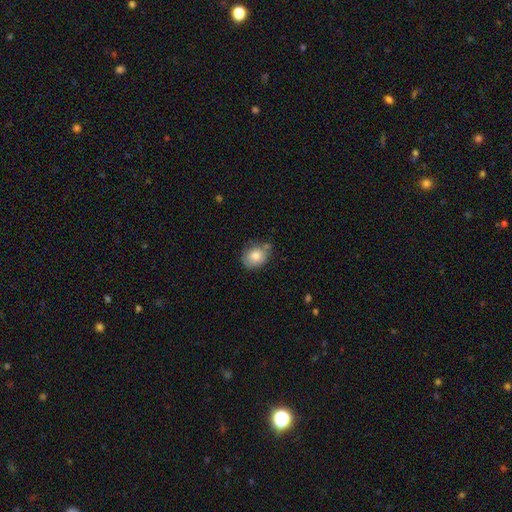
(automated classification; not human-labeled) smooth 80%, featured or disk 12%, star or artifact 8%. Down the decision tree: how rounded — in between (50%); merging — none (58%).